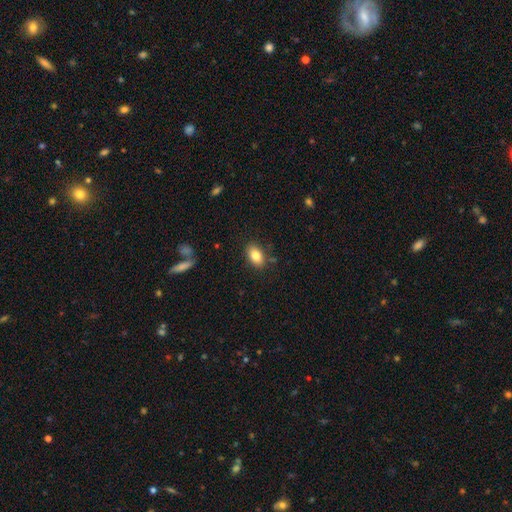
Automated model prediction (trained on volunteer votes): smooth_or_featured: smooth (p=0.82) [alt: featured or disk p=0.10]
how_rounded: in between (p=0.87) [alt: round p=0.11]
merging: none (p=0.82) [alt: minor disturbance p=0.12]